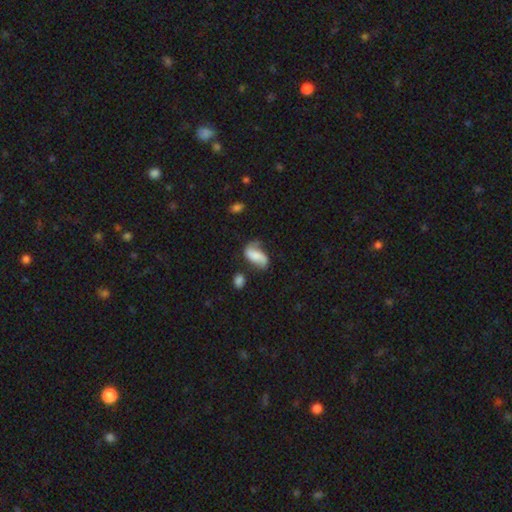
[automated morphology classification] The model was most divided on "bar": no: 45%, weak: 34%, strong: 21%. Remaining: edge-on disk — no (96%); spiral arms — yes (89%); smooth or featured — featured or disk (55%); merging — none (53%); bulge size — none (40%).